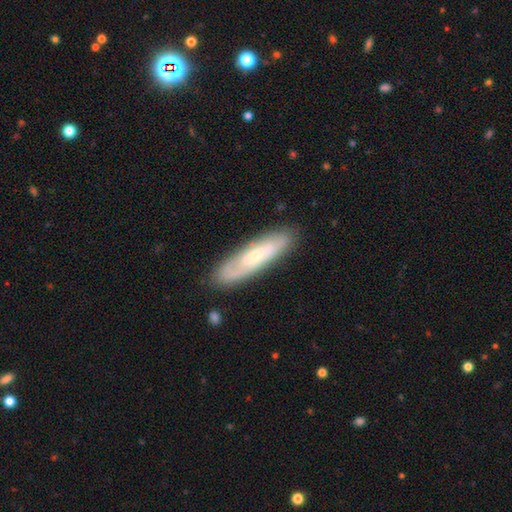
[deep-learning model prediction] Morphology: type=featured or disk (55%); edge-on=no (67%); merging=none (82%).